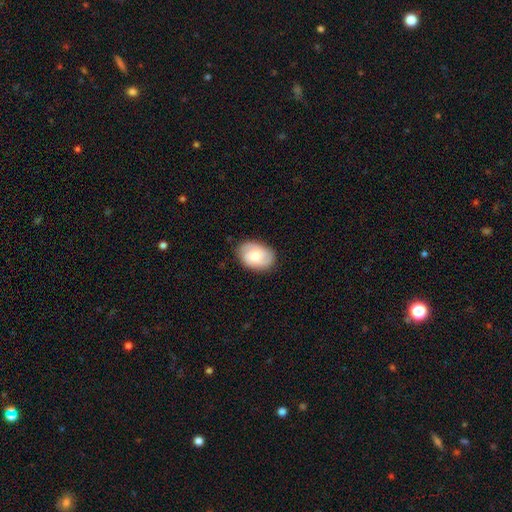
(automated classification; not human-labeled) This is possibly a smooth galaxy (50%). How rounded: clearly in between (81%). Merging: clearly none (82%).